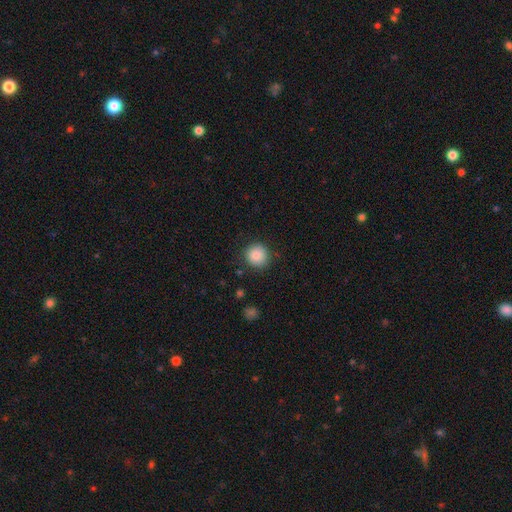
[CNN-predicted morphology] Smooth or featured?
  - smooth: 86% *
  - star or artifact: 9%
  - featured or disk: 4%
How rounded?
  - round: 92% *
  - in between: 7%
  - cigar-shaped: 1%
Merging?
  - none: 87% *
  - minor disturbance: 9%
  - major disturbance: 3%
  - merger: 1%